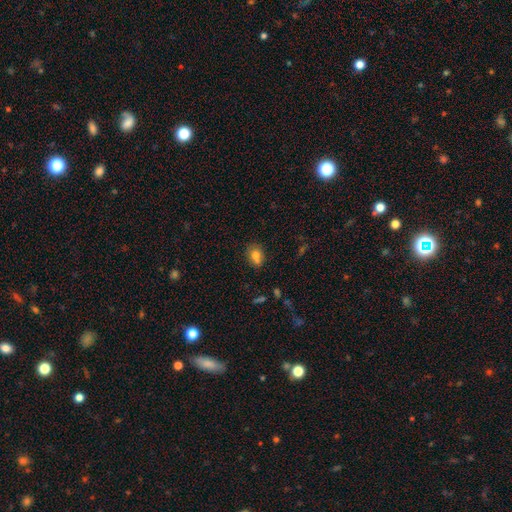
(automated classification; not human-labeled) Smooth or featured? smooth (75%)
How rounded? in between (60%)
Merging? none (58%)